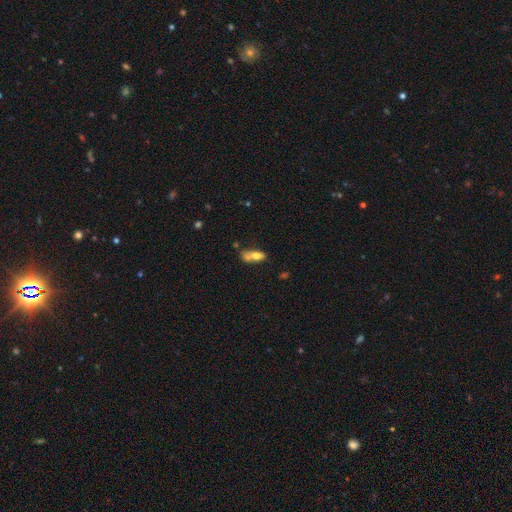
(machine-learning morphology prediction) This appears to be a smooth galaxy with no disk features (67%) that is in between round and cigar-shaped (73%). Merging: merger (42%).